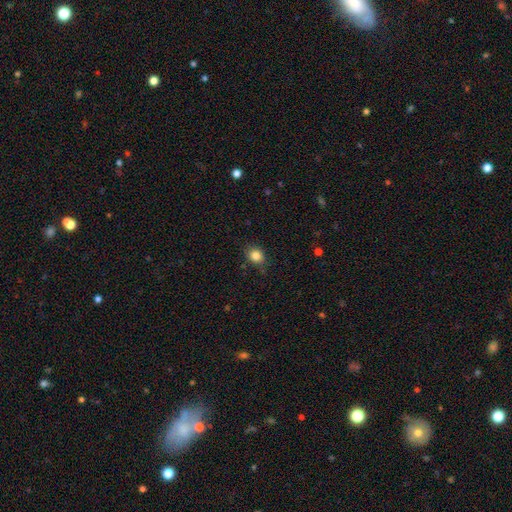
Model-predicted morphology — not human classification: Smooth or featured? Predicted: smooth (p=0.84). How rounded? Predicted: round (p=0.66). Merging? Predicted: none (p=0.76).